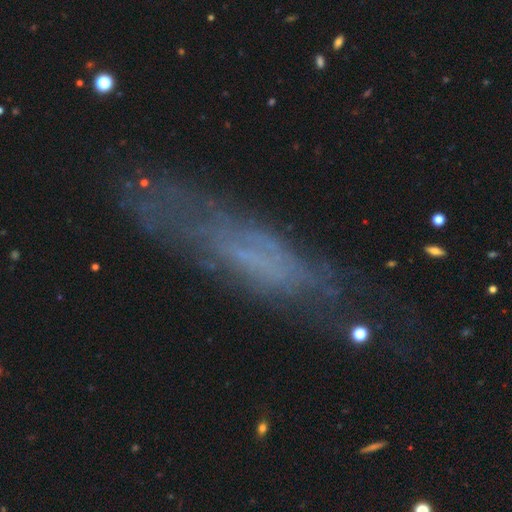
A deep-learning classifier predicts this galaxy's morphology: A featured or disk galaxy (43%).

Vote fractions:
- Smooth or featured? featured or disk: 43% / smooth: 39% / star or artifact: 18%
- Merging? none: 66% / minor disturbance: 21% / major disturbance: 11% / merger: 3%